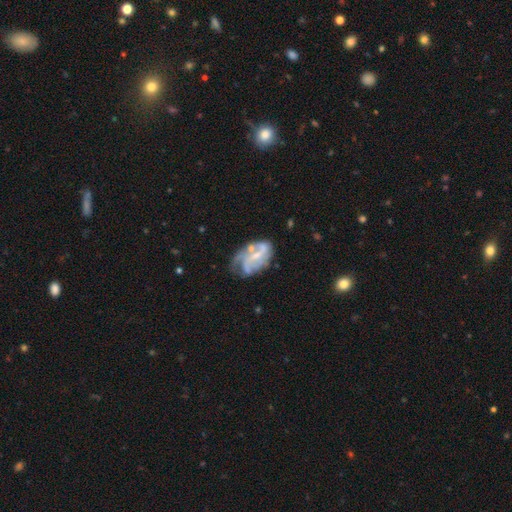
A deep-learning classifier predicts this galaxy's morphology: Overall: featured or disk (74%). Edge-on disk: no (97%). Bar: weak (43%; no 40%). Spiral arms: yes (79%). Spiral arm count: 2 (37%; can't tell 30%). Spiral winding: medium (40%; loose 34%). Bulge size: small (54%; moderate 25%). Merging: none (39%; minor disturbance 27%).